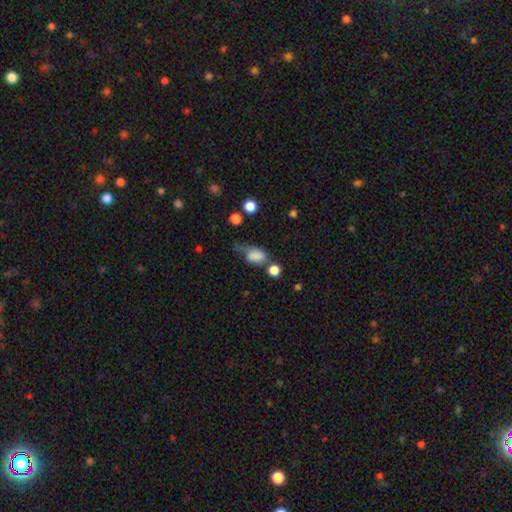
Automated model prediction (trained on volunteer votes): Smooth or featured?
  - smooth: 78% *
  - featured or disk: 12%
  - star or artifact: 10%
How rounded?
  - in between: 81% *
  - round: 16%
  - cigar-shaped: 3%
Merging?
  - minor disturbance: 30% * (tied)
  - major disturbance: 30% * (tied)
  - none: 27%
  - merger: 14%